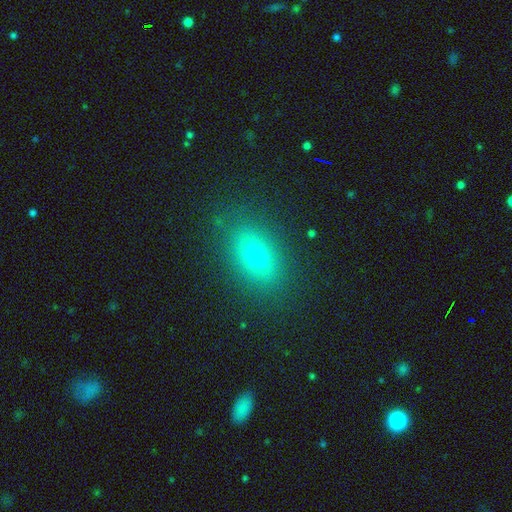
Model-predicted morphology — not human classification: Smooth or featured? smooth (68%)
How rounded? in between (79%)
Merging? none (85%)